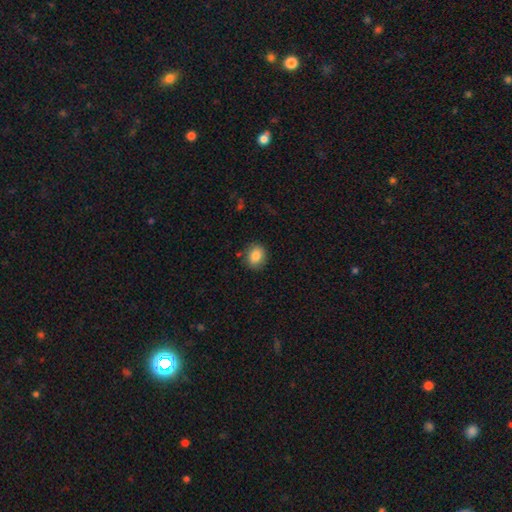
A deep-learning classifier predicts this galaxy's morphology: Q: Smooth or featured?
A: smooth (85%); runner-up: star or artifact (8%)
Q: How rounded?
A: round (57%); runner-up: in between (42%)
Q: Merging?
A: none (85%); runner-up: minor disturbance (10%)